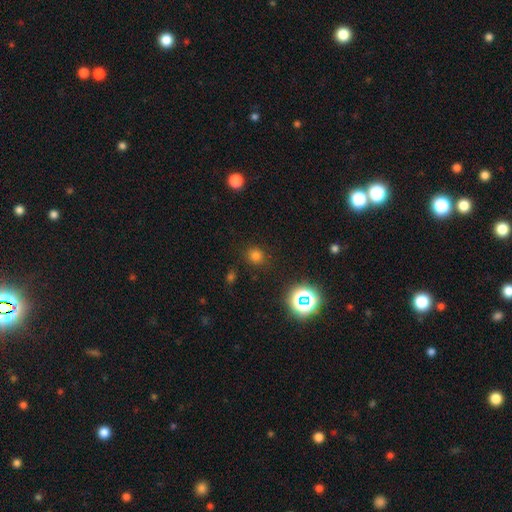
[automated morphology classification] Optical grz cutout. It shows a smooth galaxy with no disk features (71%) that is round (88%). Merging: none (86%).